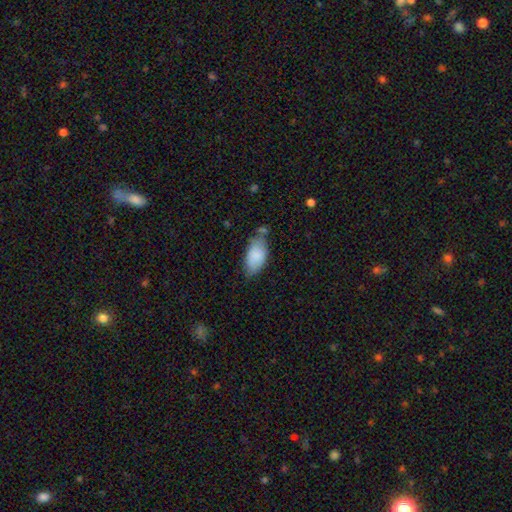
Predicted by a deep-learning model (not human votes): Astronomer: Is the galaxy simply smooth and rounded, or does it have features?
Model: smooth — 85%.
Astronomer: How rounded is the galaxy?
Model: in between — 93%.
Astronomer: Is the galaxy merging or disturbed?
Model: none — 60%.